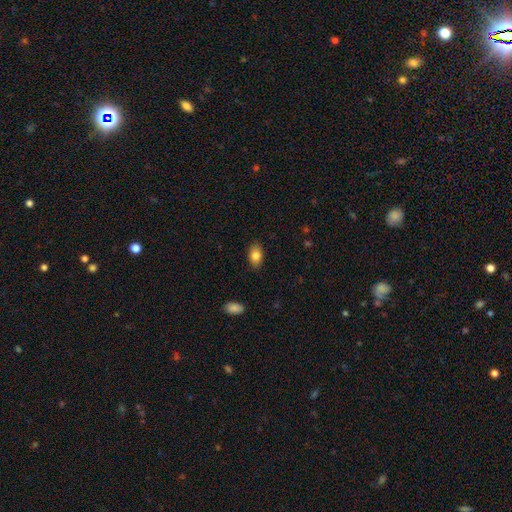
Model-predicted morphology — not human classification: type=smooth (83%); roundness=in between (90%); merging=none (86%).